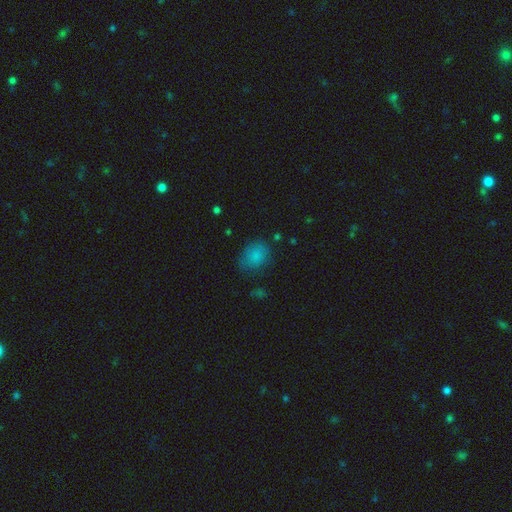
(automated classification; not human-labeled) Overall: smooth (81%). How rounded: in between (53%; round 46%). Merging: none (69%).